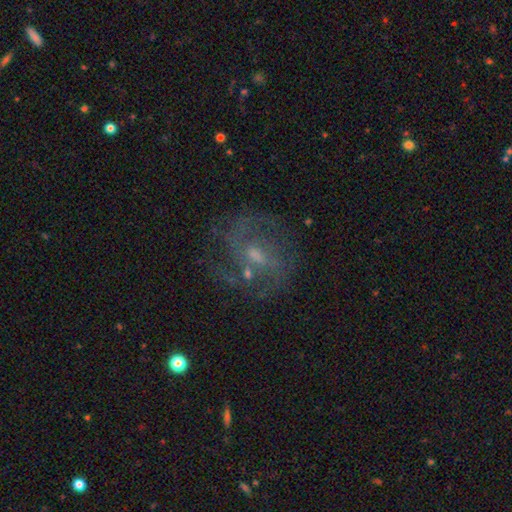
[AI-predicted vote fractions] smooth-or-featured: featured or disk: 76% | smooth: 12% | star or artifact: 12%
  disk-edge-on: no: 97% | yes: 3%
    bar: weak: 54% | no: 33% | strong: 13%
    has-spiral-arms: yes: 87% | no: 13%
      spiral-winding: medium: 50% | tight: 29% | loose: 21%
      spiral-arm-count: 2: 50% | can't tell: 24% | 3: 13% | 1: 5% | 4: 4% | more than 4: 4%
    bulge-size: small: 46% | moderate: 40% | none: 9% | large: 3% | dominant: 1%
  merging: none: 66% | minor disturbance: 16% | major disturbance: 13% | merger: 5%